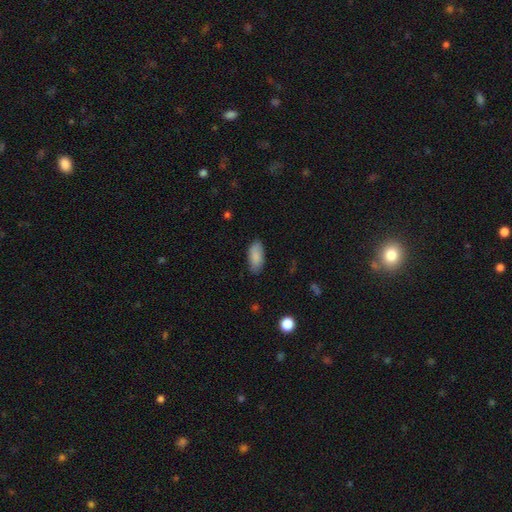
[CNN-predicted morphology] Smooth or featured?
  - smooth: 87% *
  - featured or disk: 7%
  - star or artifact: 6%
How rounded?
  - in between: 89% *
  - cigar-shaped: 9%
  - round: 2%
Merging?
  - none: 82% *
  - minor disturbance: 15%
  - major disturbance: 3%
  - merger: 1%